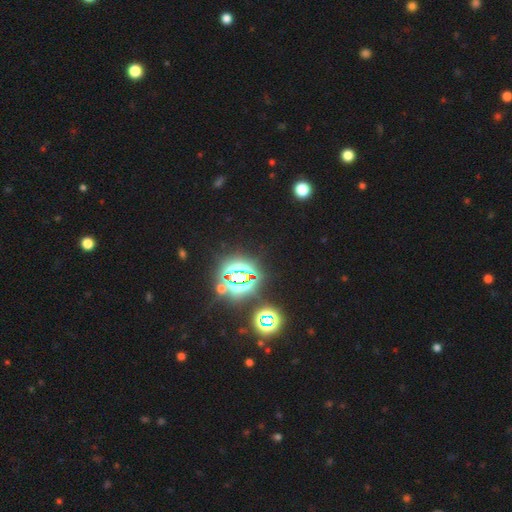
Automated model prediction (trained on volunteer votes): Smooth or featured? Predicted: star or artifact (p=0.84).